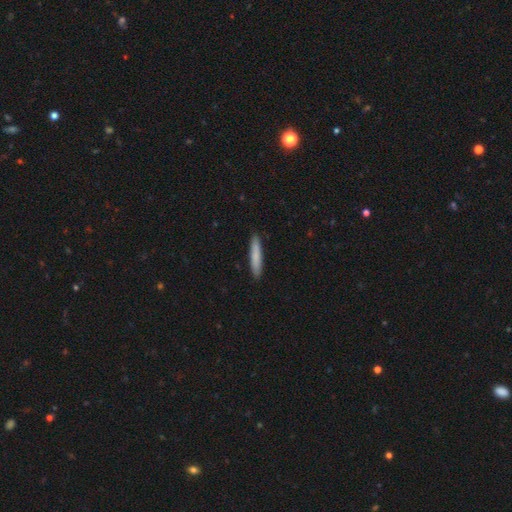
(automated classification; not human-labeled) Smooth or featured?
  - smooth: 82% *
  - featured or disk: 12%
  - star or artifact: 6%
How rounded?
  - cigar-shaped: 91% *
  - in between: 8%
  - round: 1%
Merging?
  - none: 90% *
  - minor disturbance: 7%
  - major disturbance: 1%
  - merger: 1%